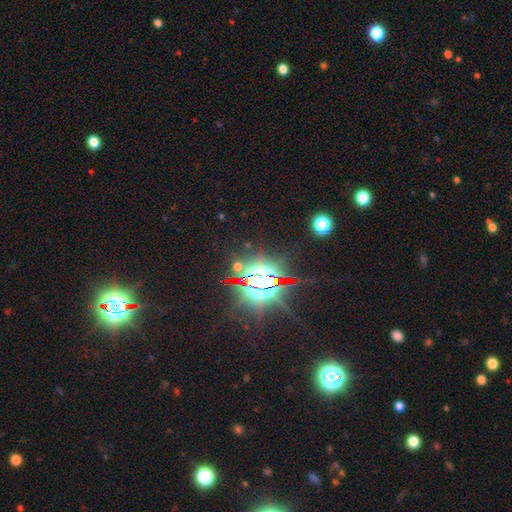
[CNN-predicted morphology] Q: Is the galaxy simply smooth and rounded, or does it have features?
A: star or artifact — 85%.